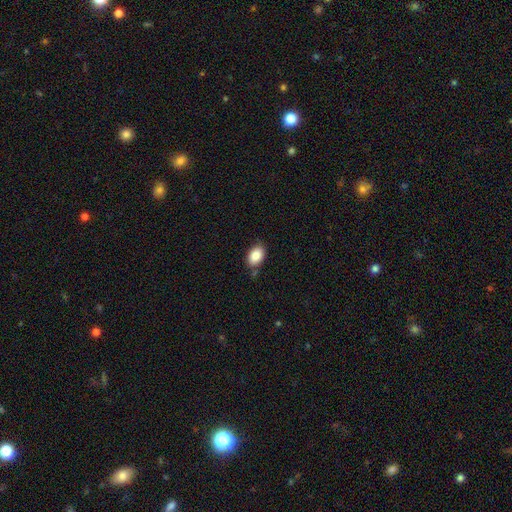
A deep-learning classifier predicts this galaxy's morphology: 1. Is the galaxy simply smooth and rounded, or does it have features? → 86% smooth, 7% star or artifact, 6% featured or disk.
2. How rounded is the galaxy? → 86% in between, 12% round, 1% cigar-shaped.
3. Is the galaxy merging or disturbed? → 79% none, 15% minor disturbance, 3% merger, 3% major disturbance.